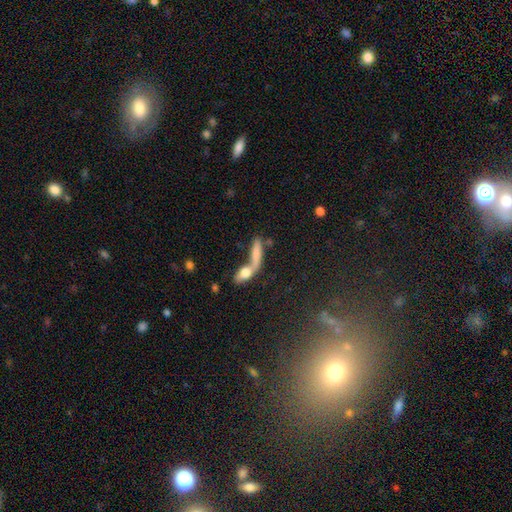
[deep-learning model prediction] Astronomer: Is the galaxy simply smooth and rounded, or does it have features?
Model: smooth — 64%.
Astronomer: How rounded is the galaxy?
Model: cigar-shaped — 55% (runner-up: in between, 40%).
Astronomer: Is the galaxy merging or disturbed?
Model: merger — 59%.